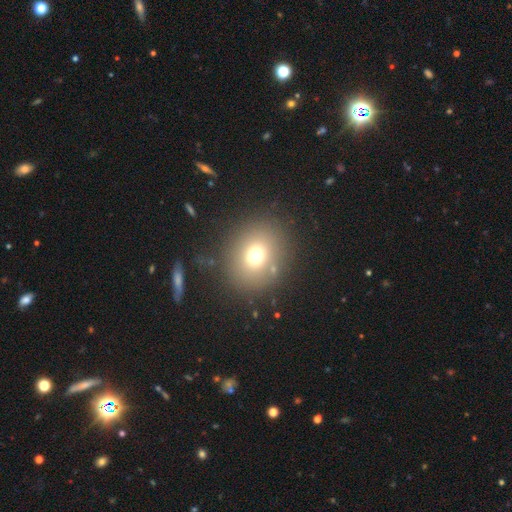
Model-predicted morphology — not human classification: A smooth galaxy with no disk features (71%) that is round (76%).

Vote fractions:
- Smooth or featured? smooth: 71% / star or artifact: 17% / featured or disk: 12%
- How rounded? round: 76% / in between: 23% / cigar-shaped: 1%
- Merging? none: 82% / minor disturbance: 9% / major disturbance: 5% / merger: 4%